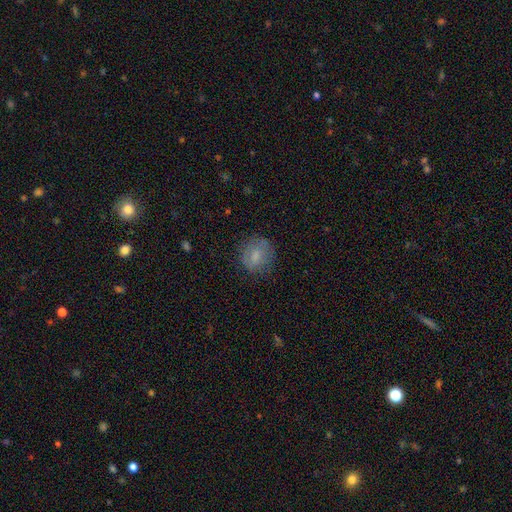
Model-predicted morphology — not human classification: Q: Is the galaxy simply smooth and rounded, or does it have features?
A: smooth — 69%.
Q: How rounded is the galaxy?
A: round — 76%.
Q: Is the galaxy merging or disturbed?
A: none — 75%.